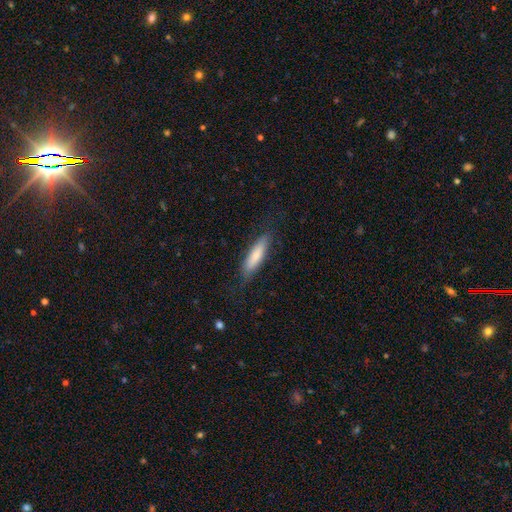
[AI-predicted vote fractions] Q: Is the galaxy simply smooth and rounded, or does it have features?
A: smooth — 78%.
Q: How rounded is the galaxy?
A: cigar-shaped — 71%.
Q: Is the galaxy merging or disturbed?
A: none — 81%.